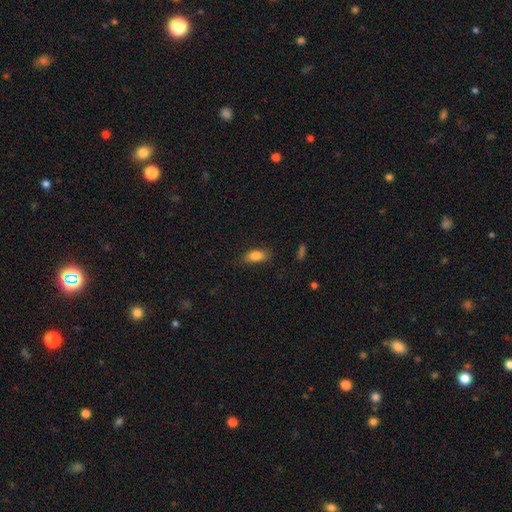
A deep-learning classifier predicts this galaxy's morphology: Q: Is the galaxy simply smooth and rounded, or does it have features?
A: smooth — 83%.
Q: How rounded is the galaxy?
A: in between — 85%.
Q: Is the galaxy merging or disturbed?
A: none — 75%.